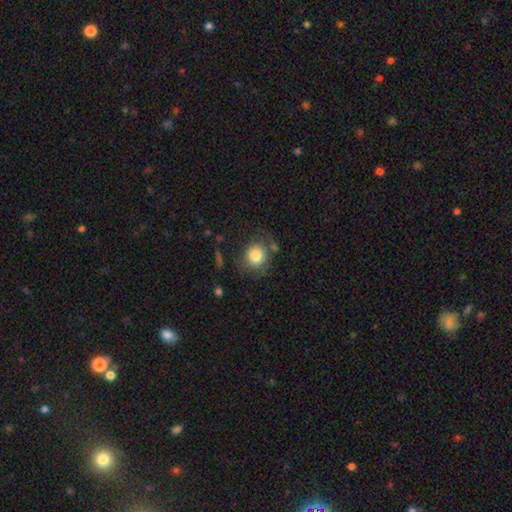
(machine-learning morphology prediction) Smooth or featured: smooth — 81% (featured or disk — 11%)
How rounded: round — 79% (in between — 20%)
Merging: none — 66% (minor disturbance — 20%)